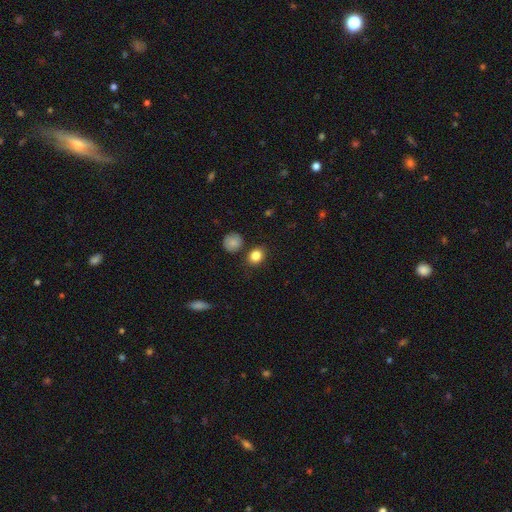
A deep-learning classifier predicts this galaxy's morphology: Smooth or featured? Predicted: smooth (p=0.84). How rounded? Predicted: round (p=0.64). Merging? Predicted: none (p=0.80).